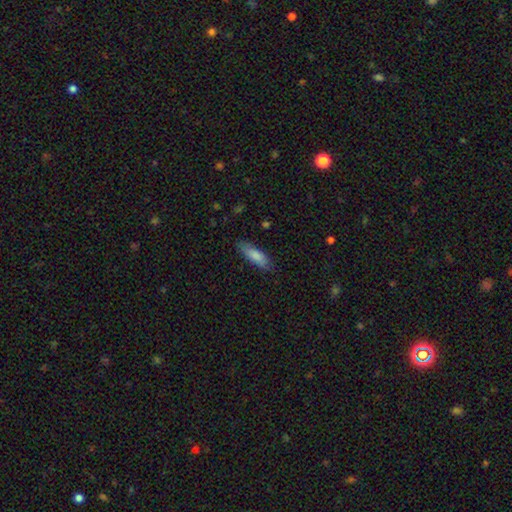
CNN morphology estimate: Smooth or featured? smooth (82%)
How rounded? in between (51%)
Merging? none (79%)